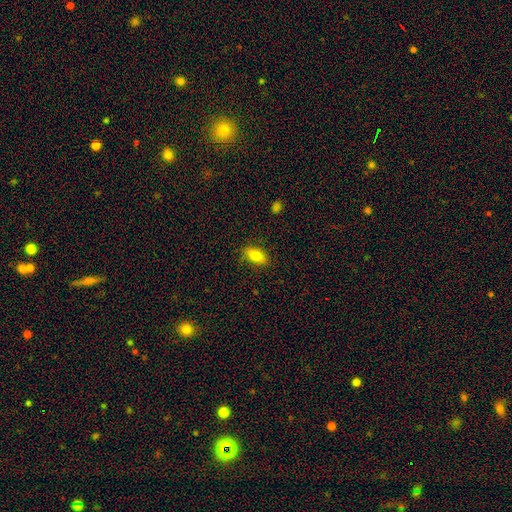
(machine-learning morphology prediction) smooth-or-featured: smooth: 79% | featured or disk: 13% | star or artifact: 8%
  how-rounded: in between: 83% | cigar-shaped: 13% | round: 4%
  merging: none: 84% | minor disturbance: 12% | major disturbance: 3% | merger: 1%